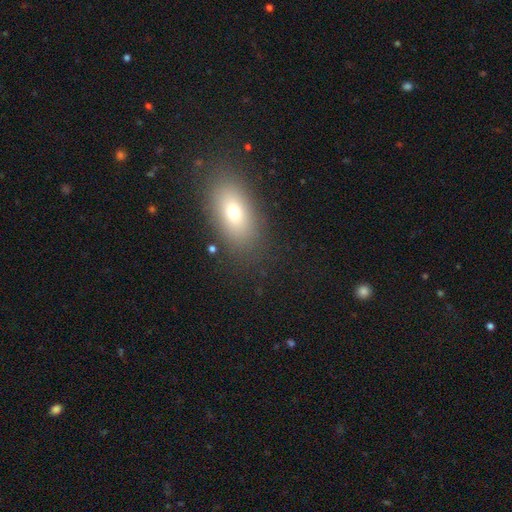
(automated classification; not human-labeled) Smooth or featured? smooth (70%)
How rounded? in between (86%)
Merging? none (88%)